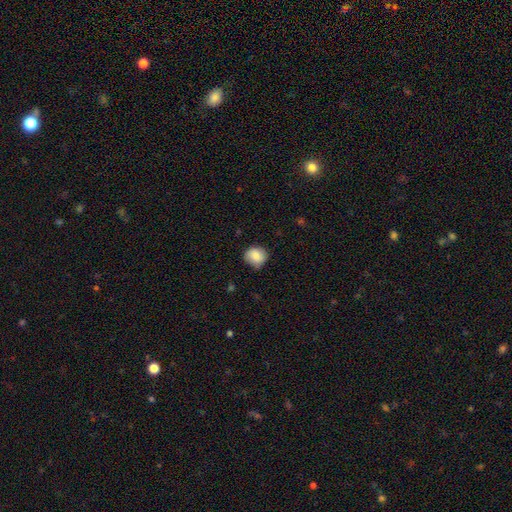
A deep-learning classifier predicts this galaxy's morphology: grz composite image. It shows a smooth galaxy with no disk features (85%) that is round (84%). Merging: none (78%).